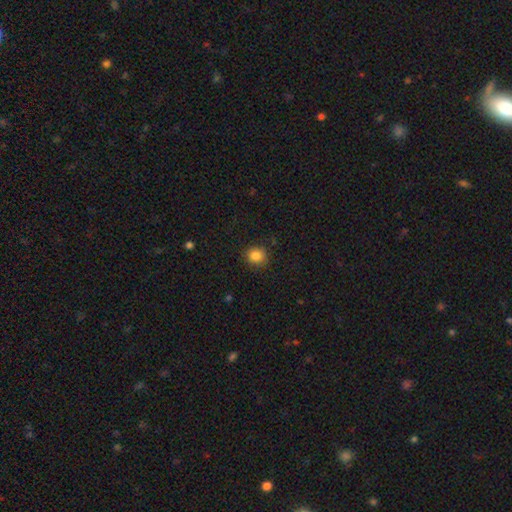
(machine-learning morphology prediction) Q: Smooth or featured?
A: smooth (85%); runner-up: star or artifact (11%)
Q: How rounded?
A: round (85%); runner-up: in between (14%)
Q: Merging?
A: none (86%); runner-up: minor disturbance (10%)